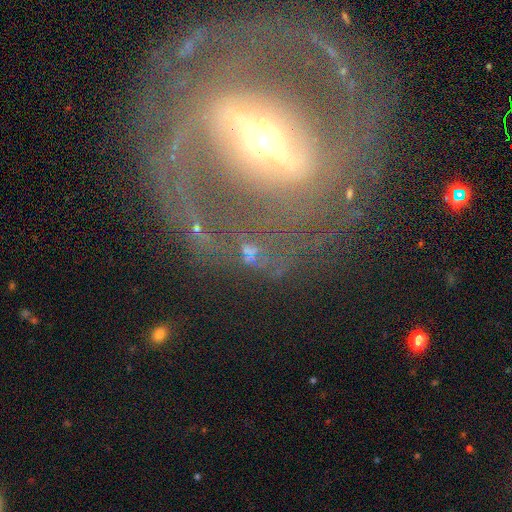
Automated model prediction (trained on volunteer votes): Morphology: type=featured or disk (84%); edge-on=no (81%); bar=strong (76%); spiral arms=yes (72%); bulge=moderate (58%); merging=none (69%).